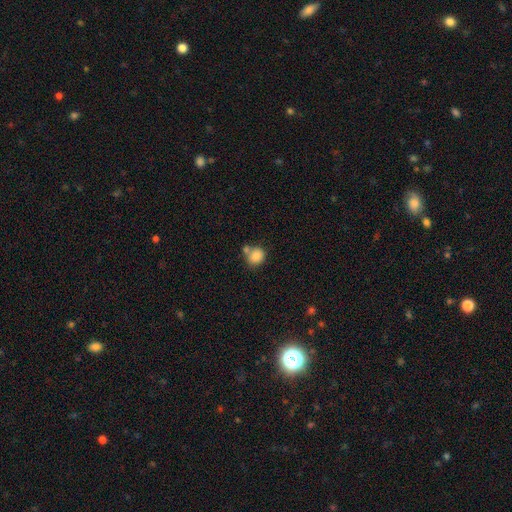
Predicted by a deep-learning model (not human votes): Morphology: type=smooth (84%); roundness=round (80%); merging=none (52%).